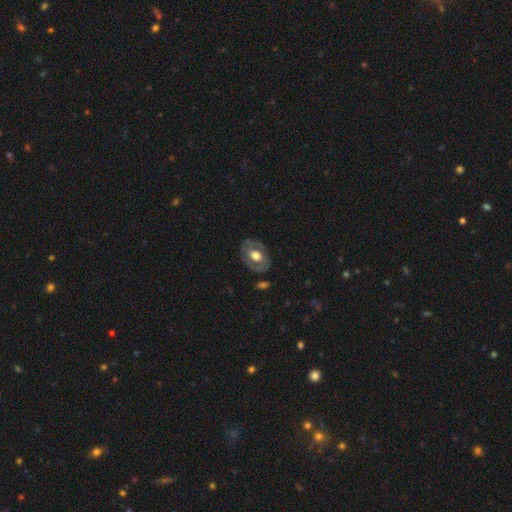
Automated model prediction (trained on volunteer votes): This is possibly a featured or disk galaxy (52%). It is clearly not viewed edge-on (93%). Merging: likely none (77%).